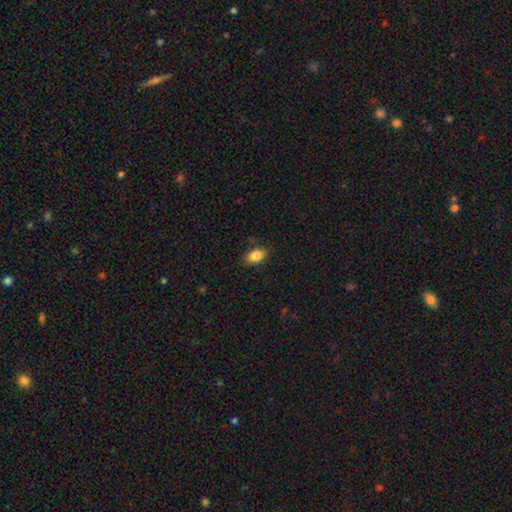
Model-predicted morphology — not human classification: Smooth or featured? smooth (86%)
How rounded? in between (85%)
Merging? none (82%)